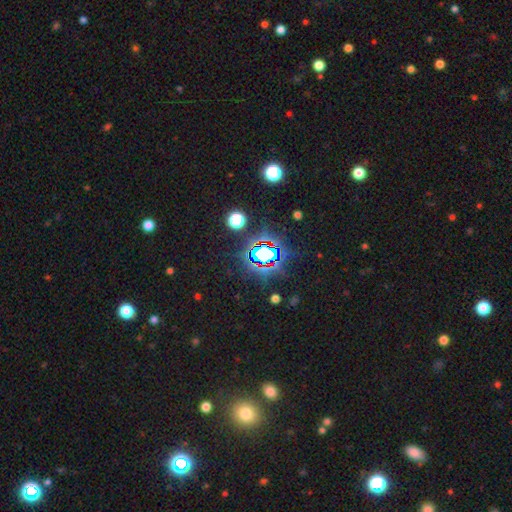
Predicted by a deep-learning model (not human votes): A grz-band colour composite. It shows a star or artifact, not a galaxy (73%).